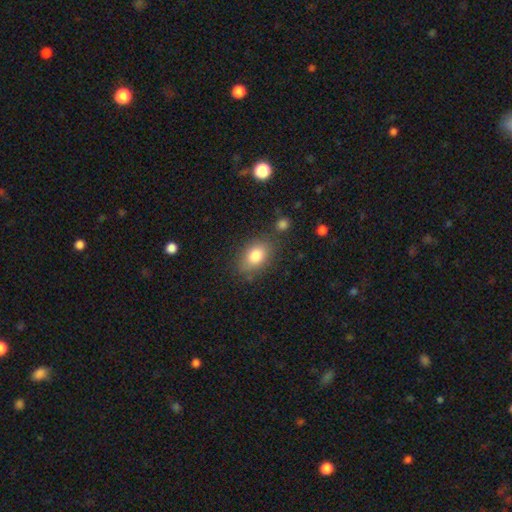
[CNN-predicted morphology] The model was most divided on "merging": none: 76%, minor disturbance: 15%, merger: 5%, major disturbance: 4%. More confident: smooth or featured — smooth (82%); how rounded — in between (81%).